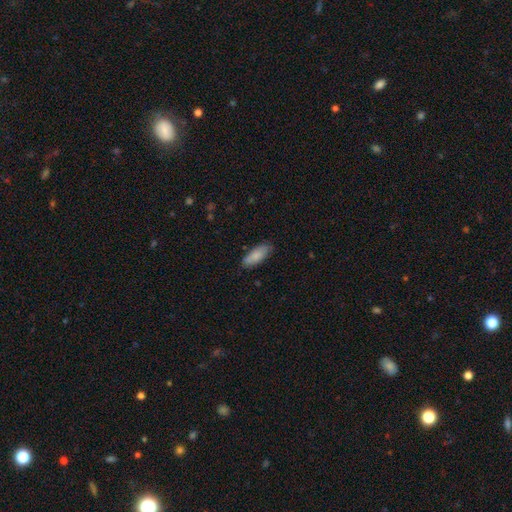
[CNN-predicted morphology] Smooth or featured? smooth (85%)
How rounded? in between (73%)
Merging? none (81%)